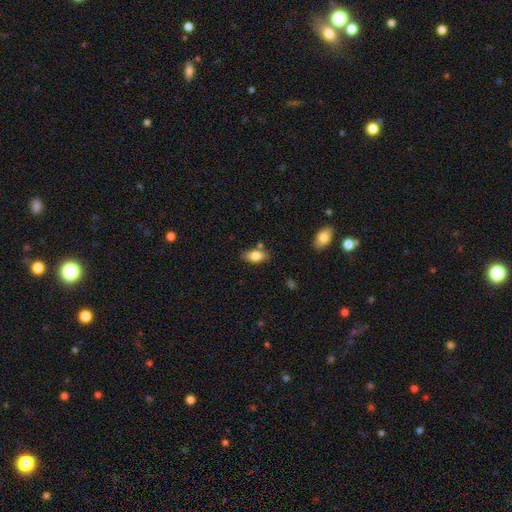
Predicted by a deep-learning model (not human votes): Q: Smooth or featured?
A: smooth (77%); runner-up: featured or disk (16%)
Q: How rounded?
A: in between (86%); runner-up: cigar-shaped (10%)
Q: Merging?
A: none (77%); runner-up: minor disturbance (14%)